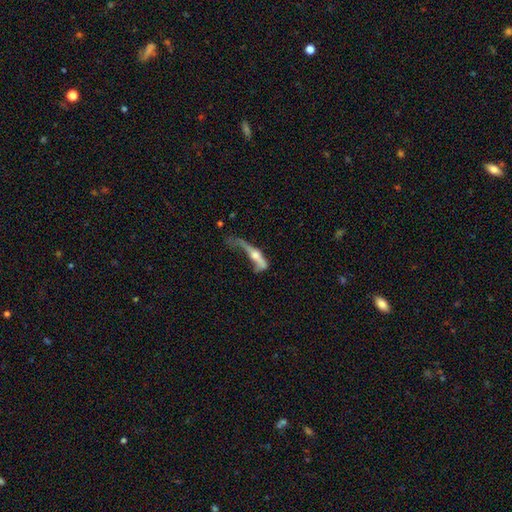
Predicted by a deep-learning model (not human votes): Smooth or featured? Predicted: featured or disk (p=0.60). Edge-on disk? Predicted: yes (p=0.63). Merging? Predicted: major disturbance (p=0.53).